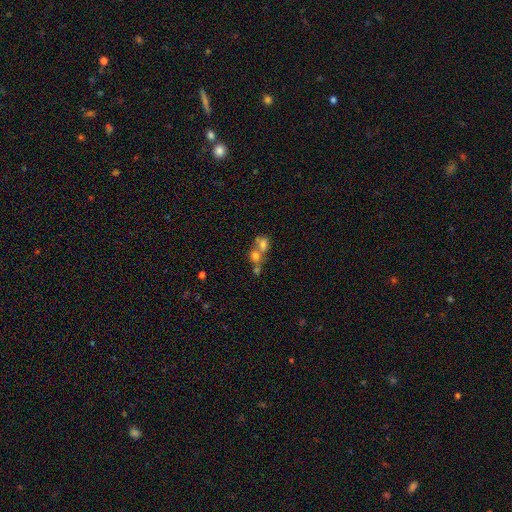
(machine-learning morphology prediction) The model was most divided on "merging": merger: 60%, none: 29%, minor disturbance: 6%, major disturbance: 4%. More confident: how rounded — round (65%); smooth or featured — smooth (65%).